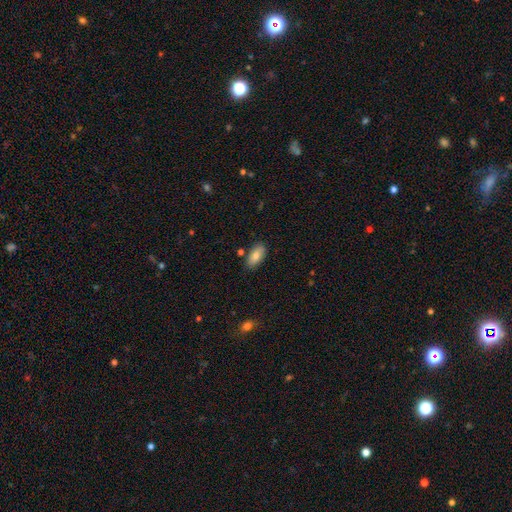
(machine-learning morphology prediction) Smooth or featured?
  - smooth: 83% *
  - featured or disk: 10%
  - star or artifact: 7%
How rounded?
  - in between: 90% *
  - cigar-shaped: 7%
  - round: 2%
Merging?
  - none: 82% *
  - minor disturbance: 12%
  - merger: 3%
  - major disturbance: 2%